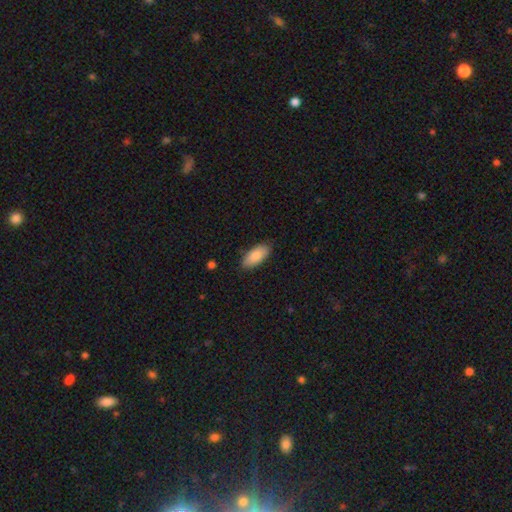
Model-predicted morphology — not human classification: Smooth or featured? Predicted: smooth (p=0.87). How rounded? Predicted: in between (p=0.88). Merging? Predicted: none (p=0.86).